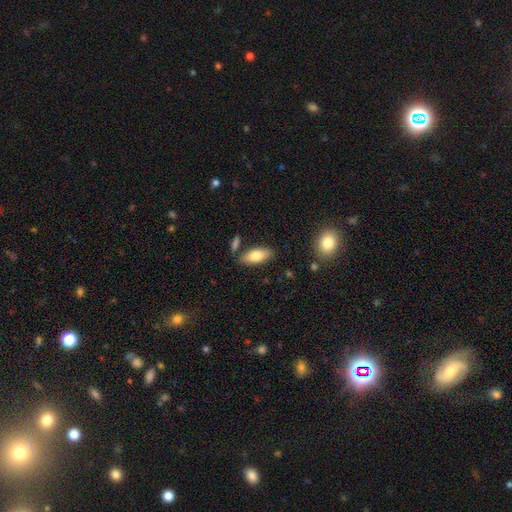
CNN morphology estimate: A smooth galaxy with no disk features (78%) that is in between round and cigar-shaped (82%). Merging: none (79%).